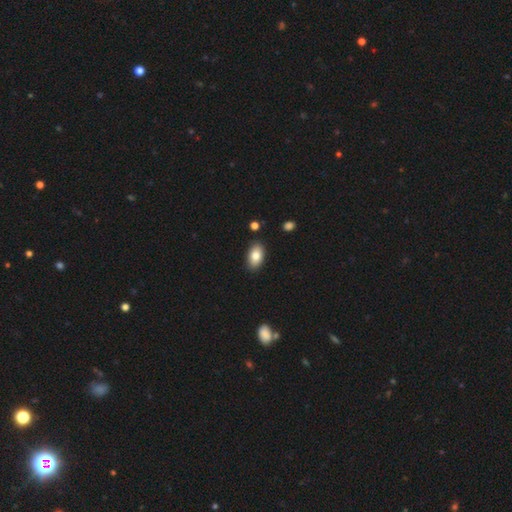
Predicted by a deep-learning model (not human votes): The model was most divided on "smooth or featured": smooth: 82%, featured or disk: 11%, star or artifact: 7%. More confident: how rounded — in between (93%); merging — none (87%).